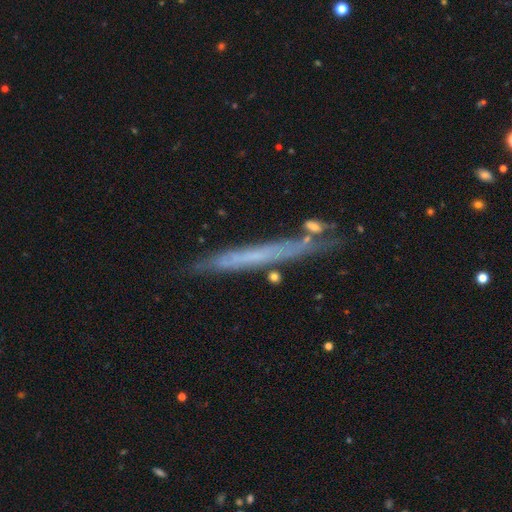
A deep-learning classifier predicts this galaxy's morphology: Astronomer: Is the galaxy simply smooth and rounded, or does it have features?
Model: featured or disk — 52% (runner-up: smooth, 40%).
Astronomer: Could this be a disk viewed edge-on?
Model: yes — 89%.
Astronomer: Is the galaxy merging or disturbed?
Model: none — 78%.